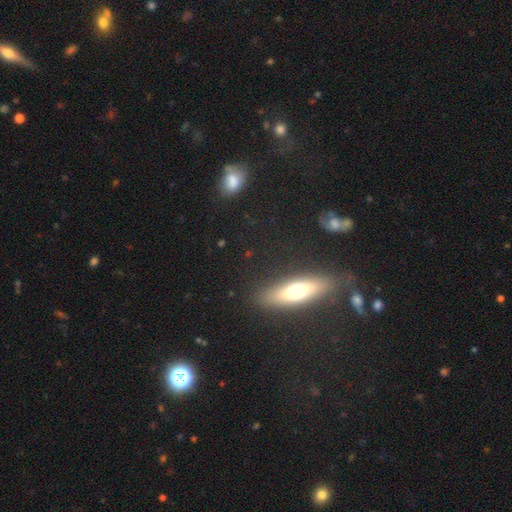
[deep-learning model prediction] A featured or disk galaxy (52%) viewed edge-on (86%). Merging: none (78%).